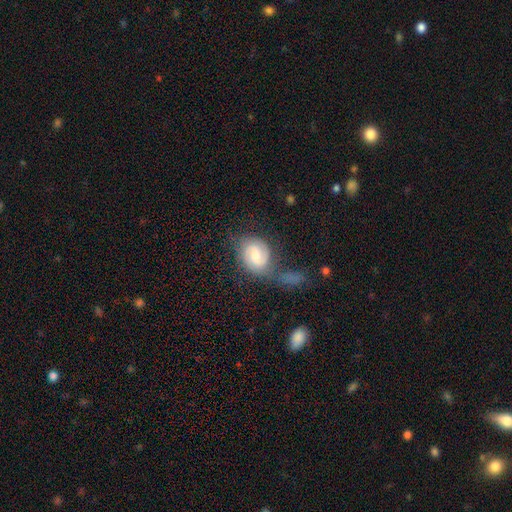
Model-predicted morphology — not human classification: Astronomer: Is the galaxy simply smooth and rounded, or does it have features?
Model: featured or disk — 53% (runner-up: smooth, 39%).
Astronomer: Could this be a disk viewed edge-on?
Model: no — 97%.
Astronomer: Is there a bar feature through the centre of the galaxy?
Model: weak — 57%.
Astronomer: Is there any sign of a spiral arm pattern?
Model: yes — 86%.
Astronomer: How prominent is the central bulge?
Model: moderate — 55% (runner-up: small, 31%).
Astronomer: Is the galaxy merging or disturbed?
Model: none — 42% (runner-up: merger, 23%).